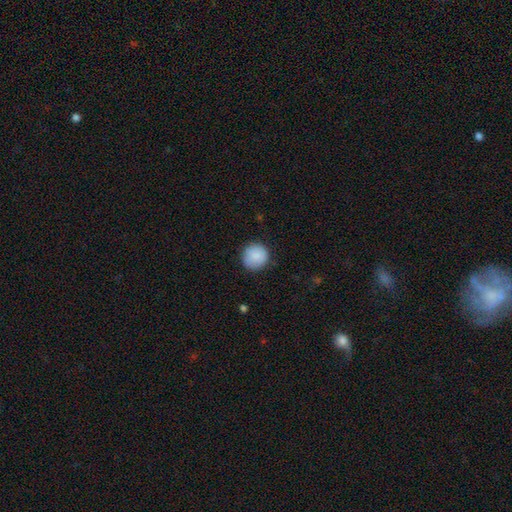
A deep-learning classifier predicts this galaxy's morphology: This appears to be a smooth galaxy with no disk features (88%) that is round (94%). Merging: none (86%).